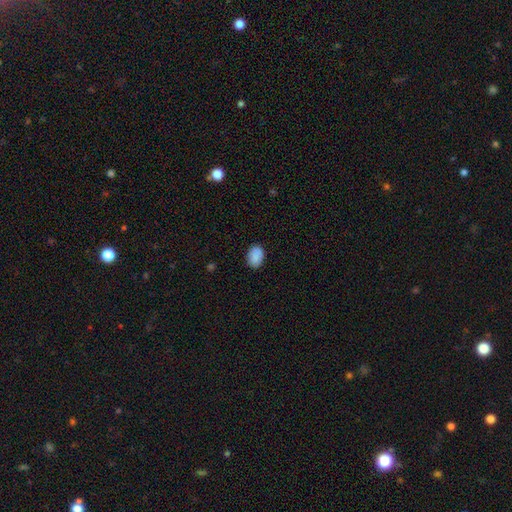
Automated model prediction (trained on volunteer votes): smooth-or-featured: smooth: 89% | star or artifact: 7% | featured or disk: 4%
  how-rounded: in between: 82% | round: 17% | cigar-shaped: 1%
  merging: none: 86% | minor disturbance: 11% | major disturbance: 2% | merger: 1%